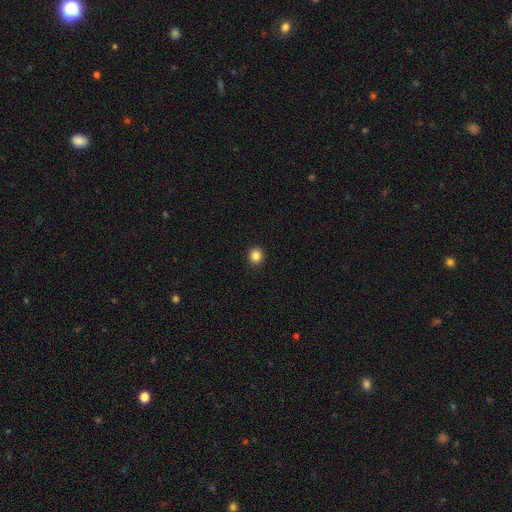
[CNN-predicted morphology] smooth 85%, star or artifact 11%, featured or disk 4%. Down the decision tree: how rounded — round (85%); merging — none (92%).